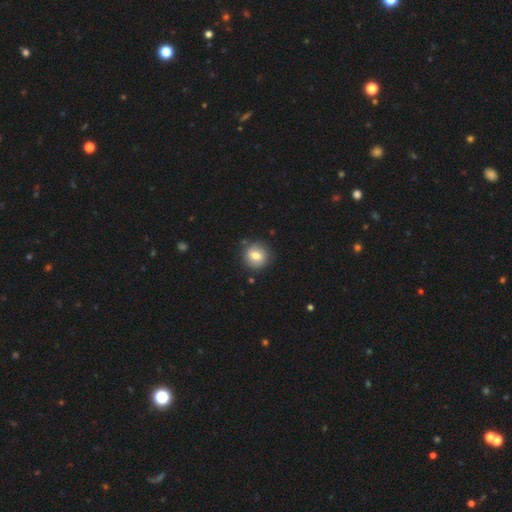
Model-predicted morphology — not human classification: Overall: smooth (72%). How rounded: round (91%). Merging: none (86%).